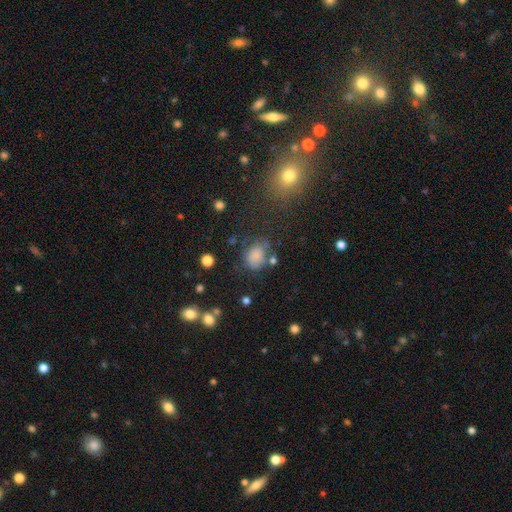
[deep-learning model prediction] Smooth or featured? Predicted: smooth (p=0.76). How rounded? Predicted: in between (p=0.50). Merging? Predicted: none (p=0.50).